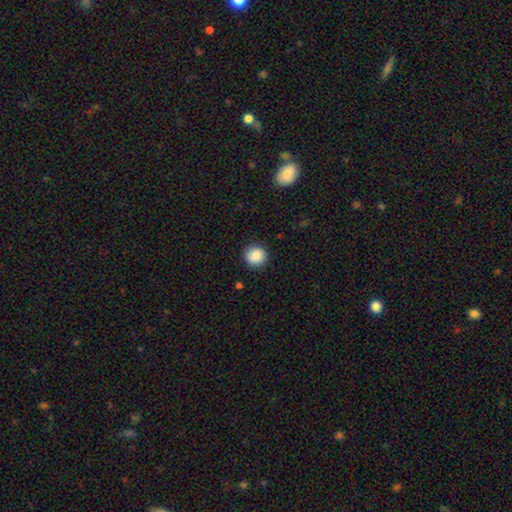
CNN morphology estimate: Overall: smooth (86%). How rounded: round (92%). Merging: none (89%).